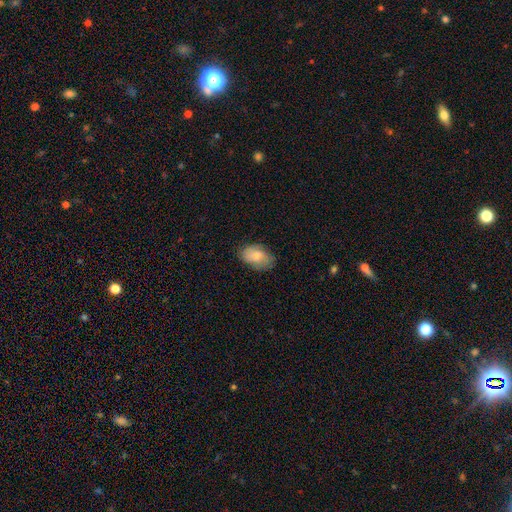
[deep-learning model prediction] smooth 79%, featured or disk 15%, star or artifact 7%. Down the decision tree: how rounded — in between (91%); merging — none (75%).